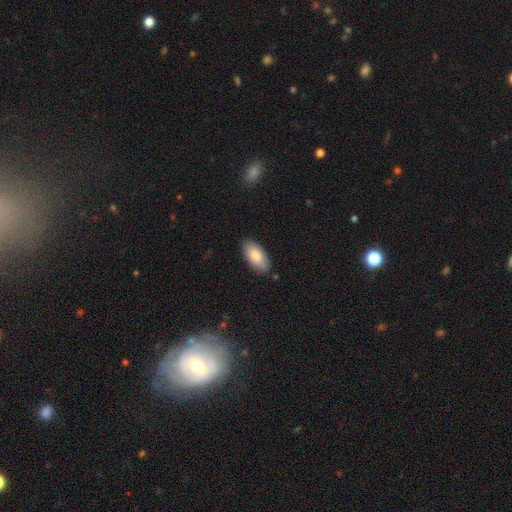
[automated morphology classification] The model was most divided on "smooth or featured": smooth: 83%, featured or disk: 11%, star or artifact: 6%. More confident: how rounded — in between (92%); merging — none (86%).